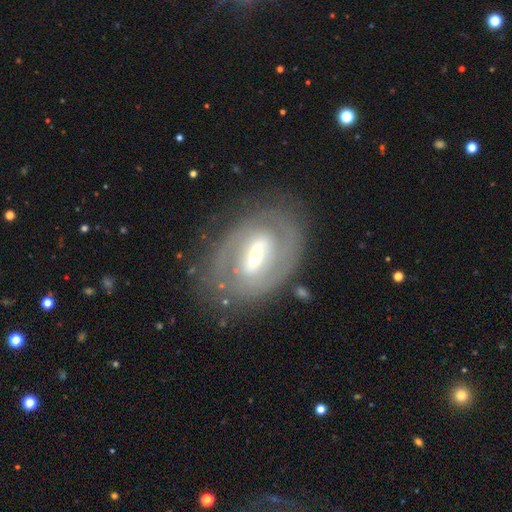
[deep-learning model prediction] Smooth or featured?
  - featured or disk: 78% *
  - smooth: 16%
  - star or artifact: 6%
Edge-on disk?
  - no: 93% *
  - yes: 7%
Bar?
  - strong: 51% *
  - weak: 37%
  - no: 13%
Spiral arms?
  - yes: 67% *
  - no: 33%
Bulge size?
  - moderate: 49% *
  - small: 43%
  - large: 6%
  - none: 1%
  - dominant: 1%
Merging?
  - none: 77% *
  - minor disturbance: 14%
  - major disturbance: 7%
  - merger: 2%